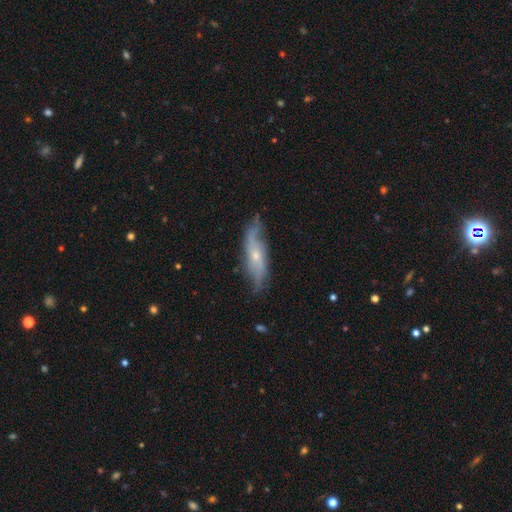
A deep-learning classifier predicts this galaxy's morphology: smooth-or-featured: featured or disk: 71% | smooth: 22% | star or artifact: 7%
  disk-edge-on: no: 75% | yes: 25%
    bar: no: 70% | weak: 24% | strong: 6%
    has-spiral-arms: yes: 87% | no: 13%
    bulge-size: small: 68% | moderate: 28% | none: 2% | large: 1% | dominant: 1%
  merging: none: 66% | minor disturbance: 24% | major disturbance: 8% | merger: 2%